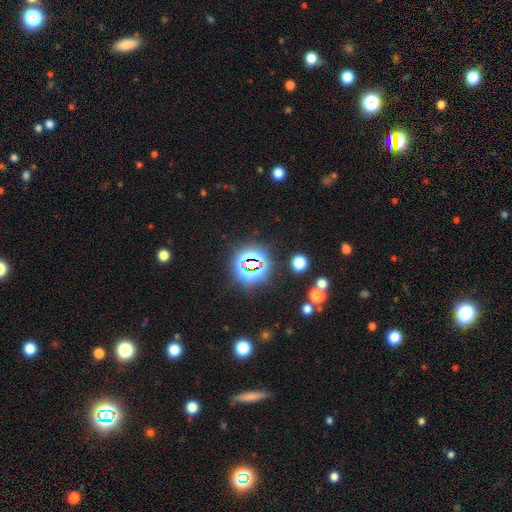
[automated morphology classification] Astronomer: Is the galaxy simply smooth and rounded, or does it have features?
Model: star or artifact — 78%.